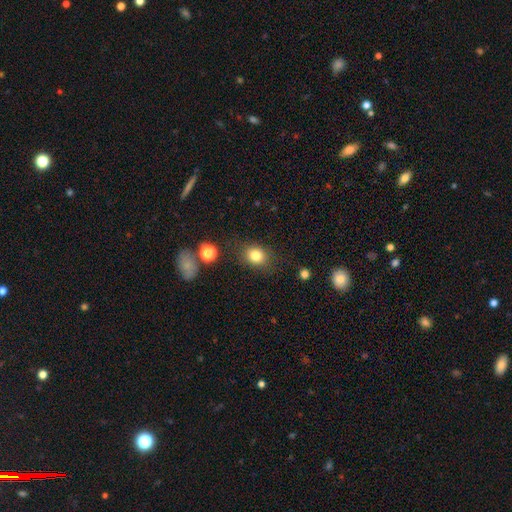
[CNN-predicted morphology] Smooth or featured? smooth (82%)
How rounded? round (59%)
Merging? none (81%)